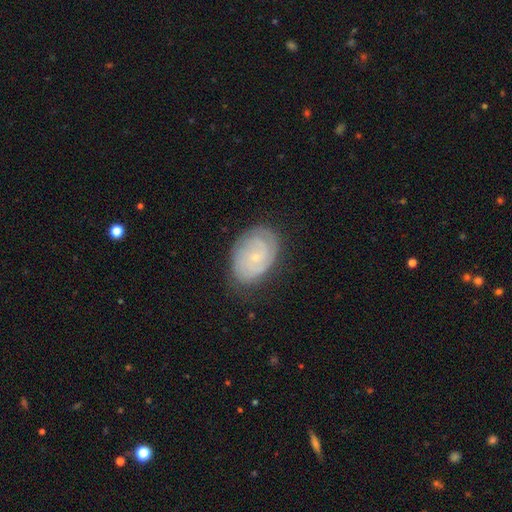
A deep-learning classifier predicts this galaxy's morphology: smooth-or-featured: featured or disk: 57% | smooth: 31% | star or artifact: 12%
  disk-edge-on: no: 95% | yes: 5%
    bar: no: 76% | weak: 20% | strong: 4%
    has-spiral-arms: yes: 79% | no: 21%
    bulge-size: small: 76% | moderate: 19% | none: 3% | large: 1% | dominant: 1%
  merging: none: 78% | minor disturbance: 16% | major disturbance: 5% | merger: 1%